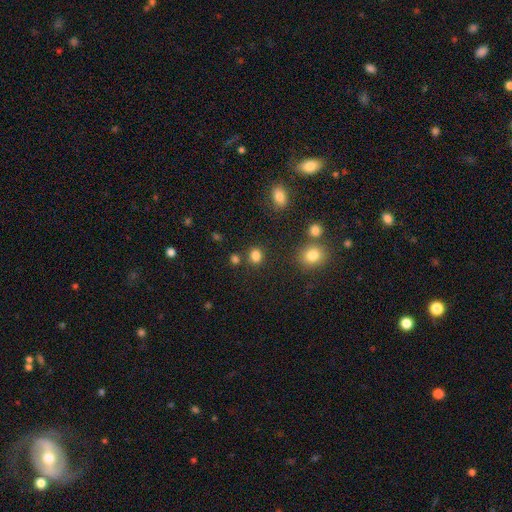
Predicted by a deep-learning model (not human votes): This is clearly a smooth galaxy (82%). How rounded: likely round (71%). Merging: clearly none (81%).